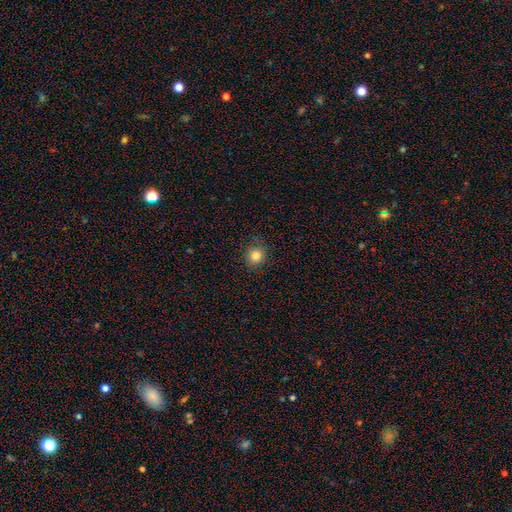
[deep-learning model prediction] Overall: smooth (84%). How rounded: round (82%). Merging: none (86%).